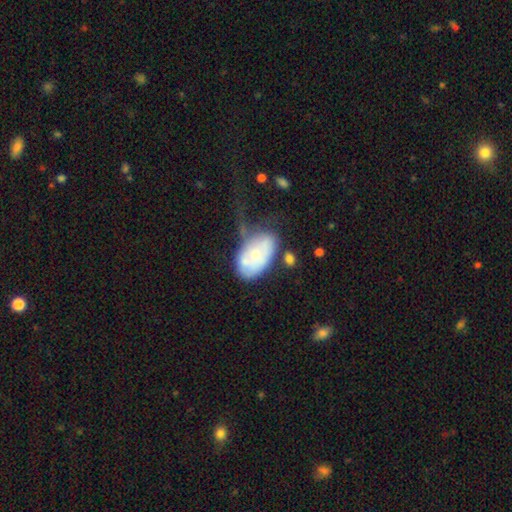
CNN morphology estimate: This appears to be a smooth galaxy with no disk features (51%) that is in between round and cigar-shaped (92%). Merging: none (31%, tied with minor disturbance).